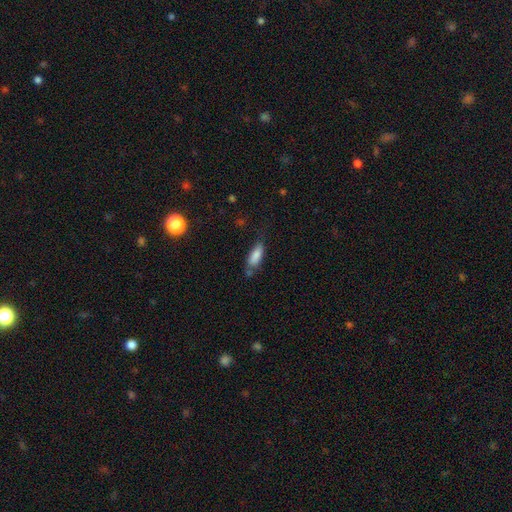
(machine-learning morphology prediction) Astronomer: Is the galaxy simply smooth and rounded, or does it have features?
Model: smooth — 82%.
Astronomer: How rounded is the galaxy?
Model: in between — 68%.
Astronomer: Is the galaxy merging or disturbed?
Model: none — 53%.